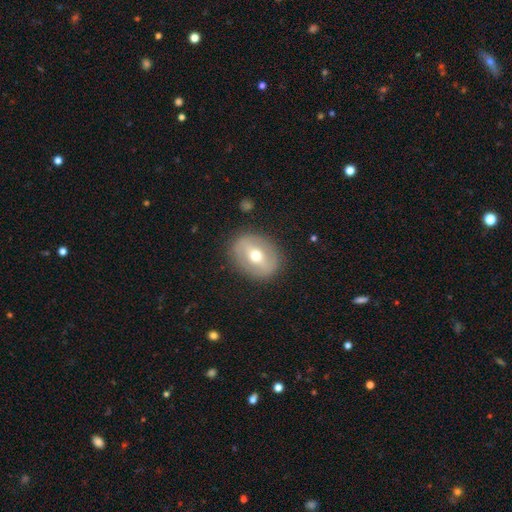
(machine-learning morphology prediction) smooth-or-featured: featured or disk: 54% | smooth: 40% | star or artifact: 7%
  disk-edge-on: no: 90% | yes: 10%
  merging: none: 85% | minor disturbance: 10% | major disturbance: 4% | merger: 1%